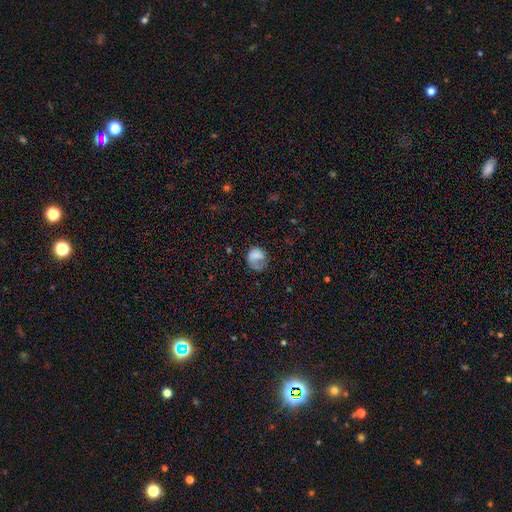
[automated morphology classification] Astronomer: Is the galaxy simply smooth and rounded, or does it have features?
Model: smooth — 70%.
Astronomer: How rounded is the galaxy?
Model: round — 61% (runner-up: in between, 38%).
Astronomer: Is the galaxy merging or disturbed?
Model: major disturbance — 36% (runner-up: none, 34%).